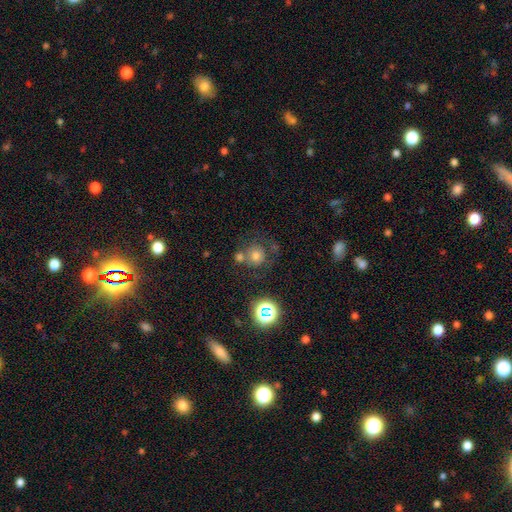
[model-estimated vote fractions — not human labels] Morphology: type=smooth (61%); roundness=round (91%); merging=none (58%).